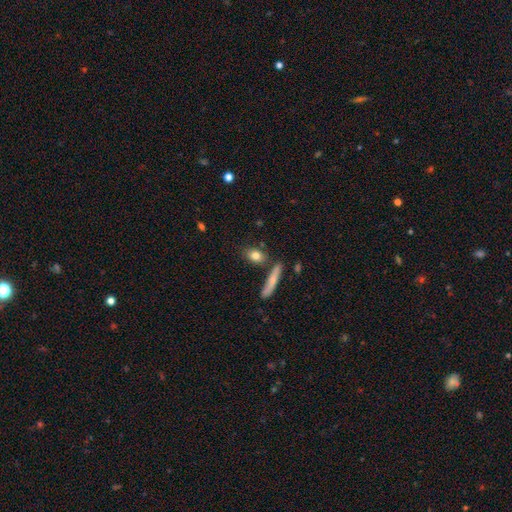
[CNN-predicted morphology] This appears to be a smooth galaxy with no disk features (79%) that is in between round and cigar-shaped (65%). Merging: none (73%).